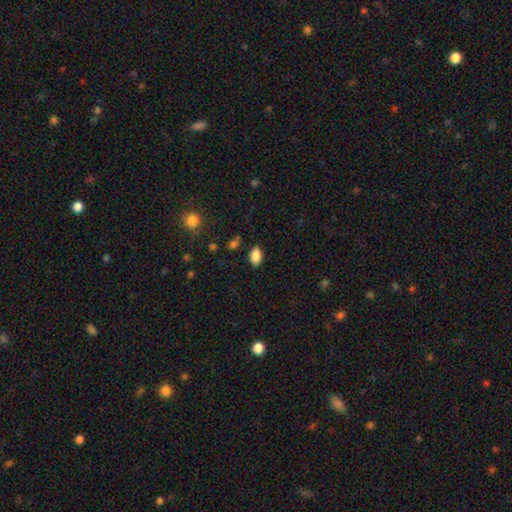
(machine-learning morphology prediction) Smooth or featured: smooth — 87% (star or artifact — 9%)
How rounded: in between — 92% (round — 6%)
Merging: none — 86% (minor disturbance — 10%)